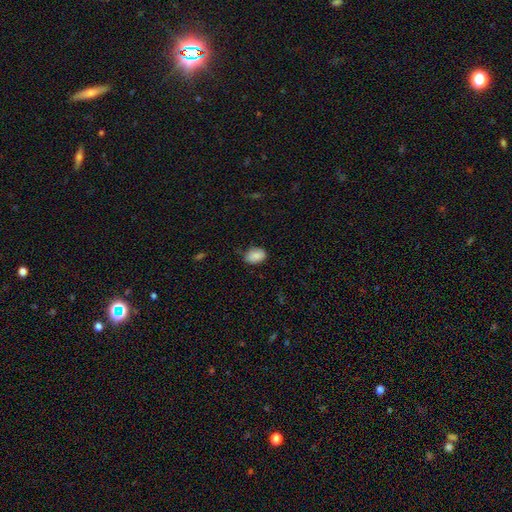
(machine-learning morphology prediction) Smooth or featured? smooth (87%)
How rounded? in between (76%)
Merging? none (68%)